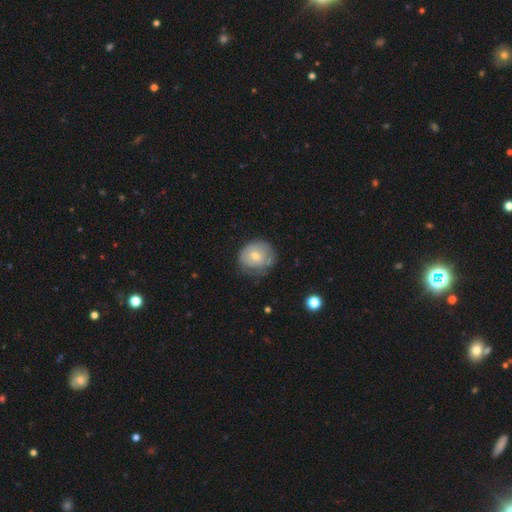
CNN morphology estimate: Overall: smooth (55%; featured or disk 38%). How rounded: round (78%). Merging: none (62%; minor disturbance 27%).